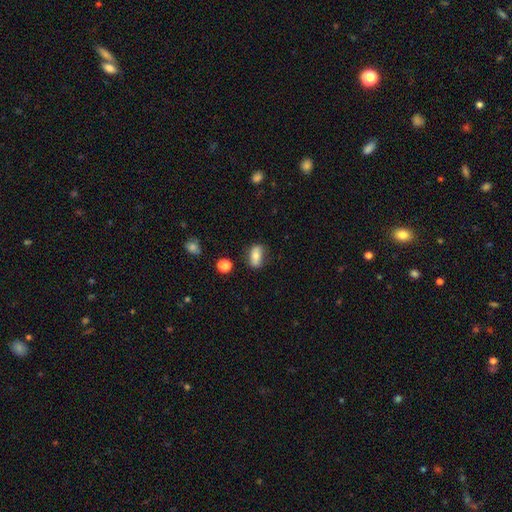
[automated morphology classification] This appears to be a smooth galaxy with no disk features (76%) that is in between round and cigar-shaped (84%). Merging: none (77%).